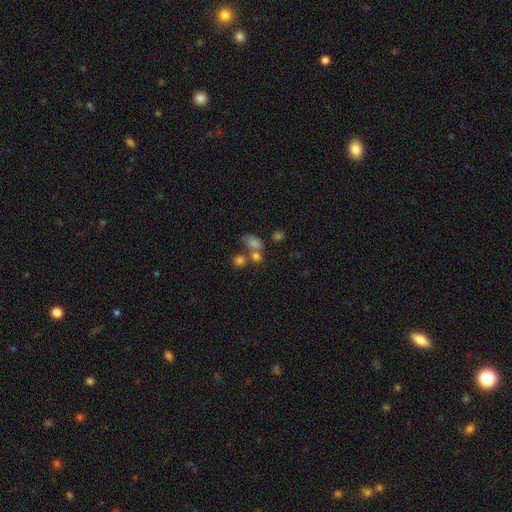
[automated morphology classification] A smooth galaxy with no disk features (73%) that is round (50%).

Vote fractions:
- Smooth or featured? smooth: 73% / star or artifact: 16% / featured or disk: 12%
- How rounded? round: 50% / in between: 48% / cigar-shaped: 2%
- Merging? merger: 44% / none: 39% / minor disturbance: 11% / major disturbance: 7%